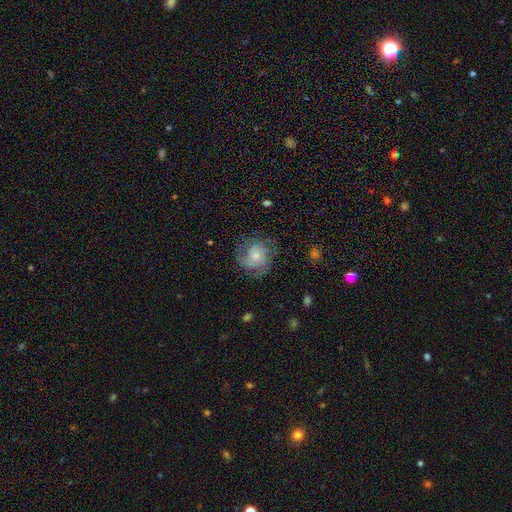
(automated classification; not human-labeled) Smooth or featured: featured or disk — 66% (smooth — 26%)
Edge-on disk: no — 98% (yes — 2%)
Bar: no — 77% (weak — 20%)
Spiral arms: yes — 90% (no — 10%)
Spiral winding: medium — 43% (tight — 42%)
Spiral arm count: 3 — 28% (tied with can't tell — 28%)
Bulge size: small — 55% (moderate — 34%)
Merging: none — 66% (minor disturbance — 19%)